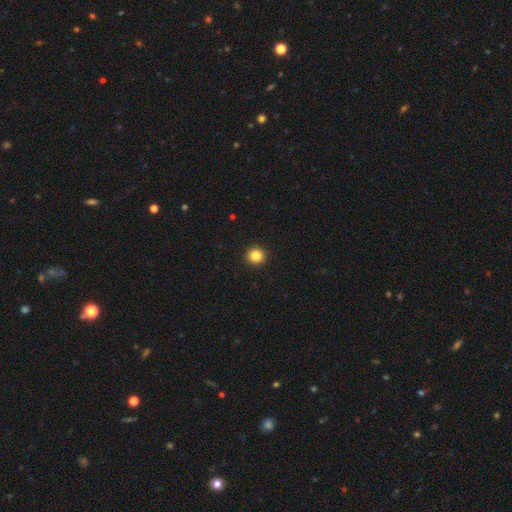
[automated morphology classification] smooth-or-featured: smooth: 85% | star or artifact: 11% | featured or disk: 4%
  how-rounded: round: 93% | in between: 6% | cigar-shaped: 1%
  merging: none: 94% | minor disturbance: 4% | major disturbance: 1% | merger: 1%